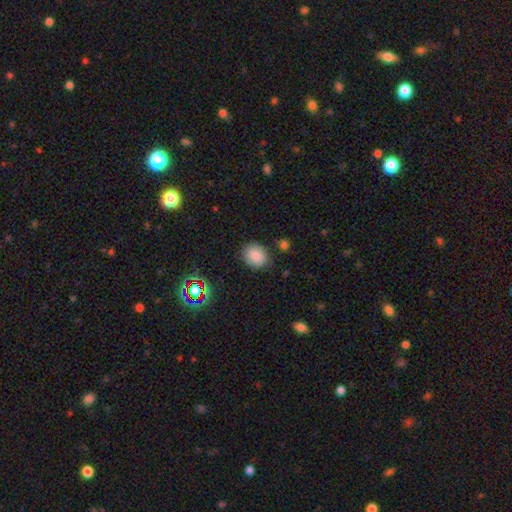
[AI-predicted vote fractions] smooth-or-featured: smooth: 84% | star or artifact: 11% | featured or disk: 5%
  how-rounded: round: 62% | in between: 37% | cigar-shaped: 1%
  merging: none: 83% | minor disturbance: 12% | major disturbance: 3% | merger: 2%